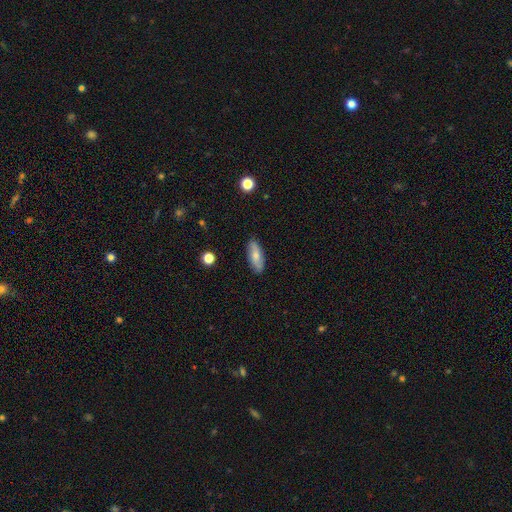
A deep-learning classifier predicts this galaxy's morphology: Smooth or featured?
  - smooth: 63% *
  - featured or disk: 30%
  - star or artifact: 7%
How rounded?
  - in between: 71% *
  - cigar-shaped: 26%
  - round: 3%
Merging?
  - none: 86% *
  - minor disturbance: 10%
  - major disturbance: 2%
  - merger: 1%